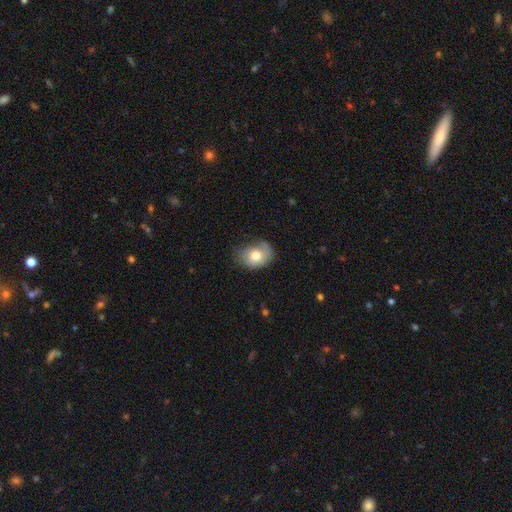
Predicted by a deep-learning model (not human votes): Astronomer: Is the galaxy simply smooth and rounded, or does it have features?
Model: smooth — 70%.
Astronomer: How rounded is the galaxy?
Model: in between — 62%.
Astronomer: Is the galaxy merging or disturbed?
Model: none — 56% (runner-up: minor disturbance, 31%).